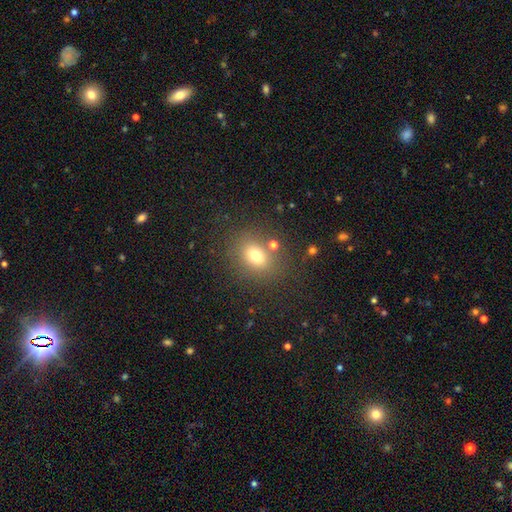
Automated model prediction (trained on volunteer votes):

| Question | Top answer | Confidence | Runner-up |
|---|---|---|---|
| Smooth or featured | smooth | 72% | star or artifact (16%) |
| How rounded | round | 52% | in between (46%) |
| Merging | none | 76% | minor disturbance (11%) |